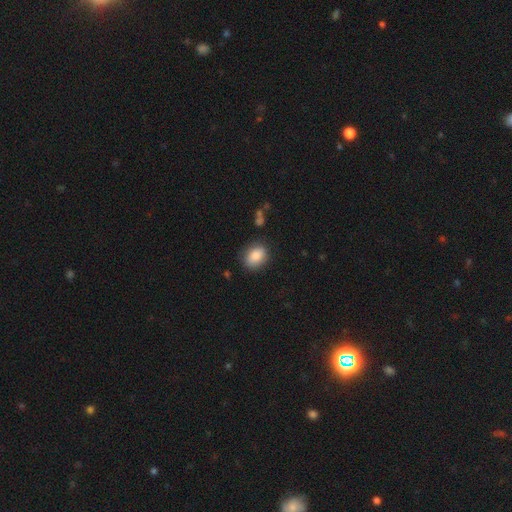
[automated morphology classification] The model was most divided on "how rounded": in between: 66%, round: 32%, cigar-shaped: 1%. More confident: smooth or featured — smooth (86%); merging — none (81%).